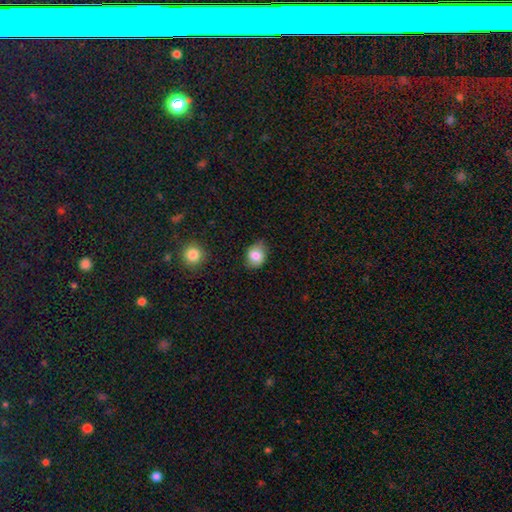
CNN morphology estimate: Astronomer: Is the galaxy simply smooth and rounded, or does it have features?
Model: smooth — 81%.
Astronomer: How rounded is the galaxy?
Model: in between — 61% (runner-up: round, 38%).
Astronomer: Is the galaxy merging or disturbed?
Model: none — 73%.